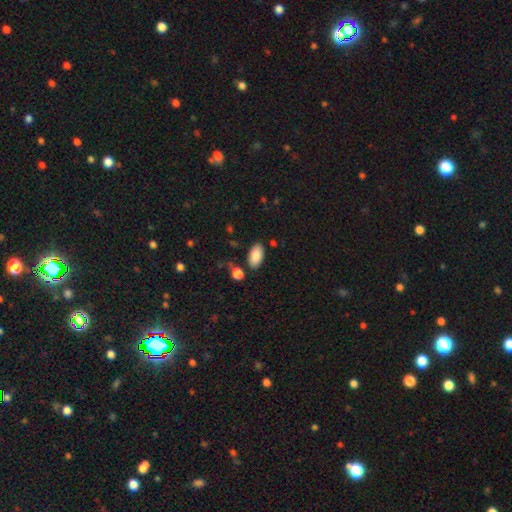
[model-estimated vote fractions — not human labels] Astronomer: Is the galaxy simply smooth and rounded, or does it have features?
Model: smooth — 87%.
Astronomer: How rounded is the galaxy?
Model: in between — 95%.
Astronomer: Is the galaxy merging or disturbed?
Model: none — 82%.